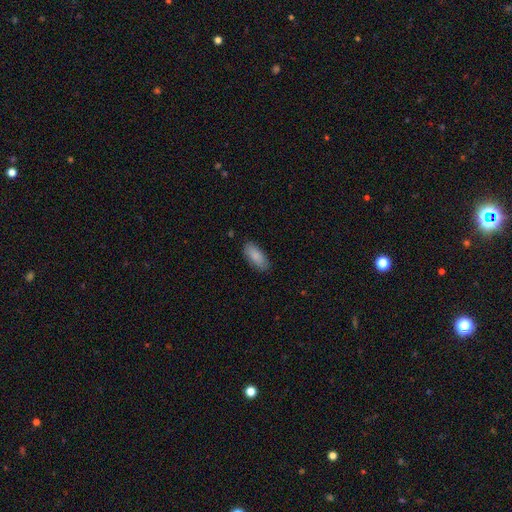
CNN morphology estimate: Smooth or featured? Predicted: smooth (p=0.86). How rounded? Predicted: in between (p=0.85). Merging? Predicted: none (p=0.85).